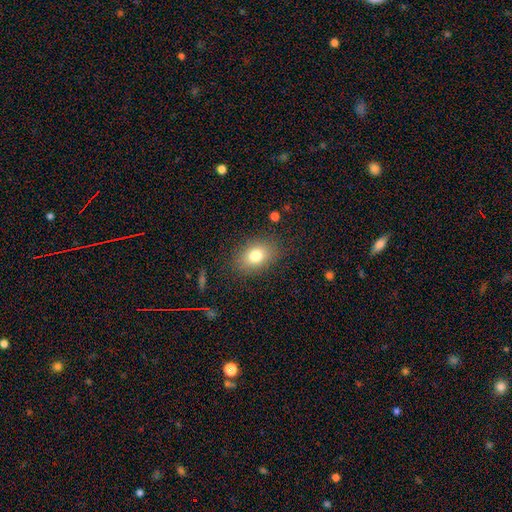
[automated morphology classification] smooth_or_featured: smooth (p=0.79) [alt: featured or disk p=0.11]
how_rounded: in between (p=0.76) [alt: round p=0.22]
merging: none (p=0.85) [alt: minor disturbance p=0.11]